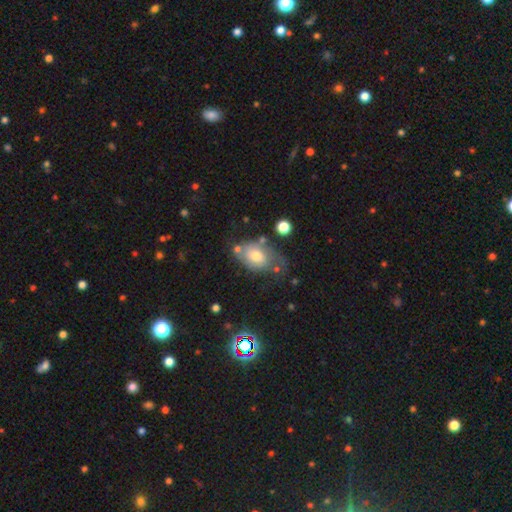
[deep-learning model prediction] Morphology: type=smooth (56%); roundness=in between (82%); merging=none (41%).